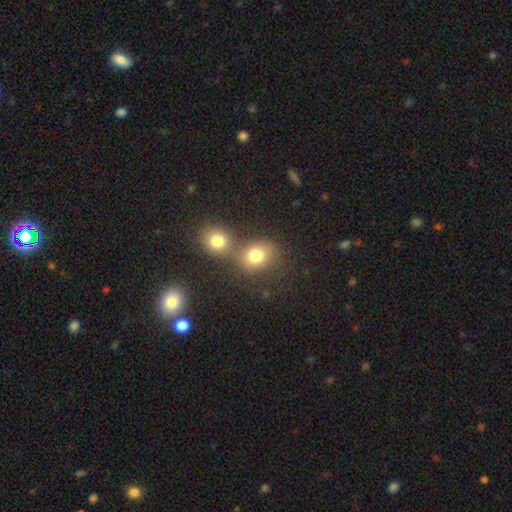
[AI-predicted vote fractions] A smooth galaxy with no disk features (77%) that is round (67%). Merging: merger (47%).